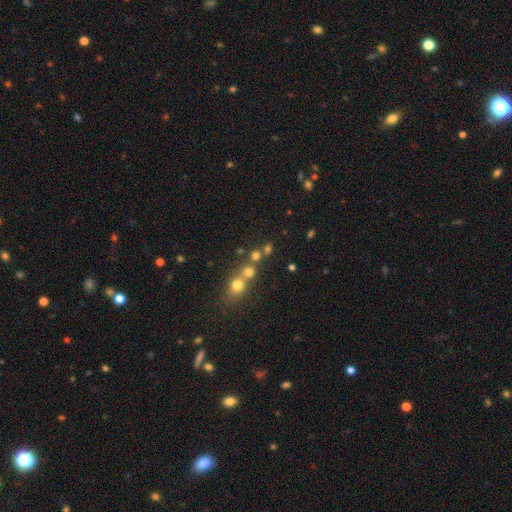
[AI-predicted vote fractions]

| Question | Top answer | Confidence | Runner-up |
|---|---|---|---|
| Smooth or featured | smooth | 66% | star or artifact (22%) |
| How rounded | round | 83% | in between (15%) |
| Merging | none | 47% | merger (43%) |